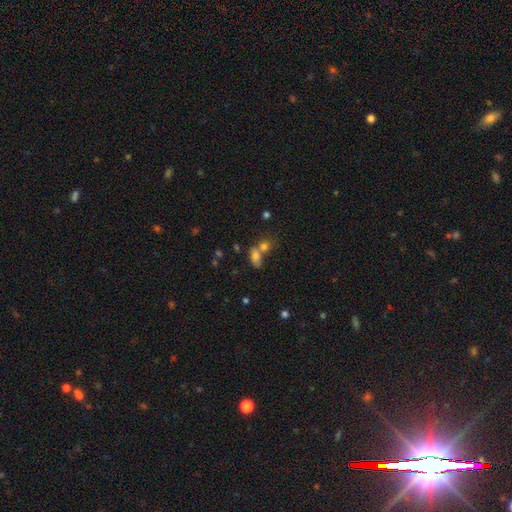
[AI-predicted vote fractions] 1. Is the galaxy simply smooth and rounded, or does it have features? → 74% smooth, 13% featured or disk, 13% star or artifact.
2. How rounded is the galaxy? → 80% in between, 15% round, 5% cigar-shaped.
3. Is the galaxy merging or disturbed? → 48% merger, 36% none, 11% minor disturbance, 6% major disturbance.